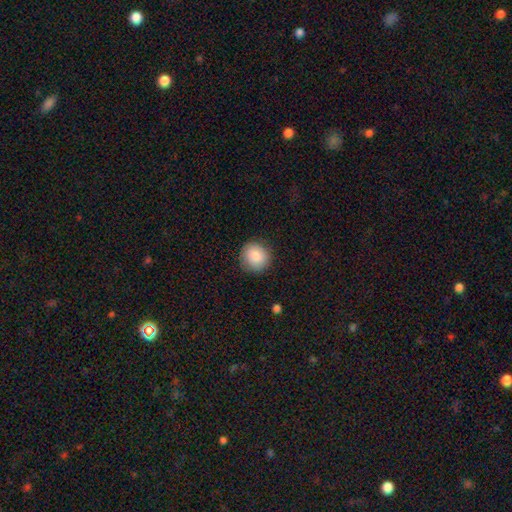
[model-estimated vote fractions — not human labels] A smooth galaxy with no disk features (84%) that is round (89%). Merging: none (87%).